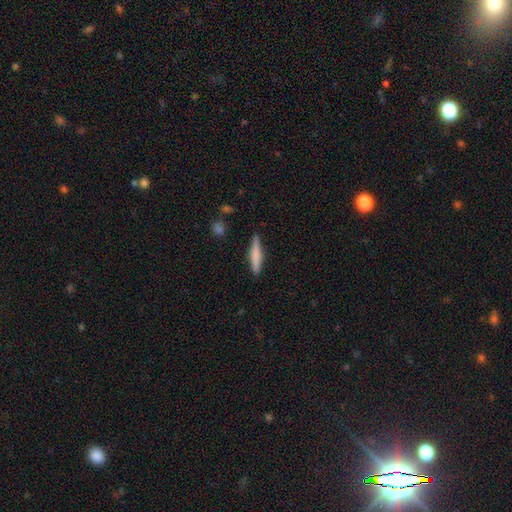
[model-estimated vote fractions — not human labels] Q: Smooth or featured?
A: smooth (63%); runner-up: featured or disk (31%)
Q: How rounded?
A: cigar-shaped (88%); runner-up: in between (10%)
Q: Merging?
A: none (87%); runner-up: minor disturbance (9%)